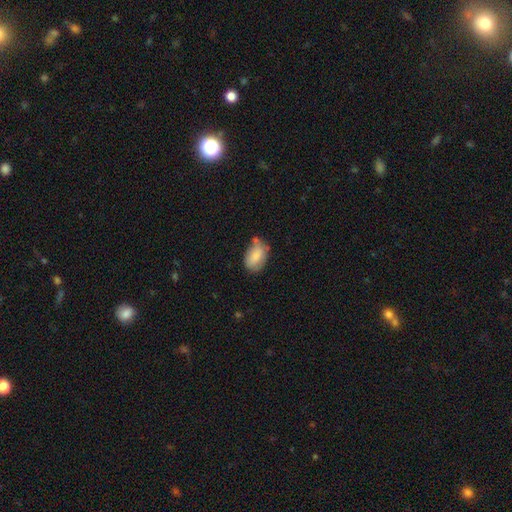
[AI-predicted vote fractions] Smooth or featured: smooth — 82% (featured or disk — 12%)
How rounded: in between — 89% (round — 9%)
Merging: none — 58% (minor disturbance — 27%)